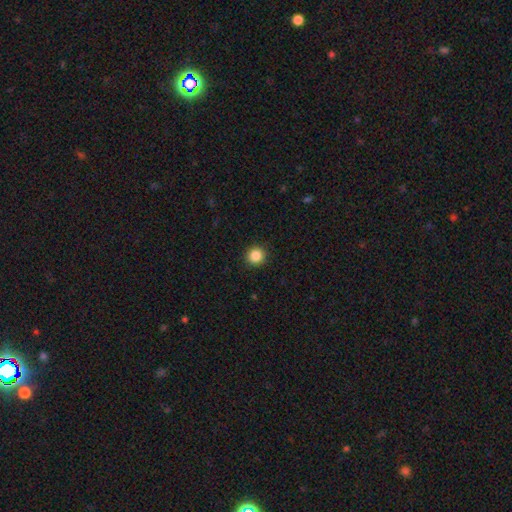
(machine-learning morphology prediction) type=smooth (87%); roundness=round (94%); merging=none (92%).